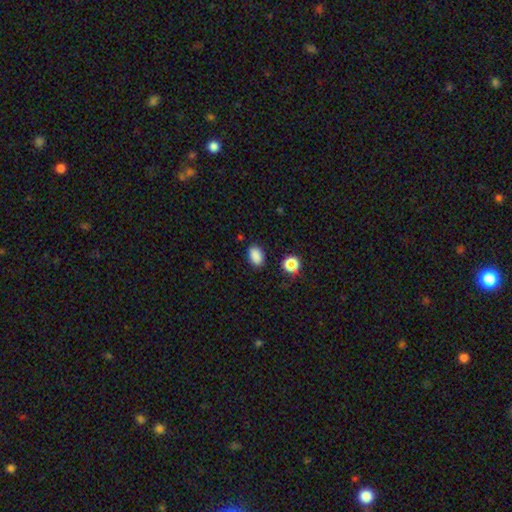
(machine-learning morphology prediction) The model was most divided on "how rounded": in between: 82%, round: 17%, cigar-shaped: 1%. More confident: smooth or featured — smooth (86%); merging — none (85%).